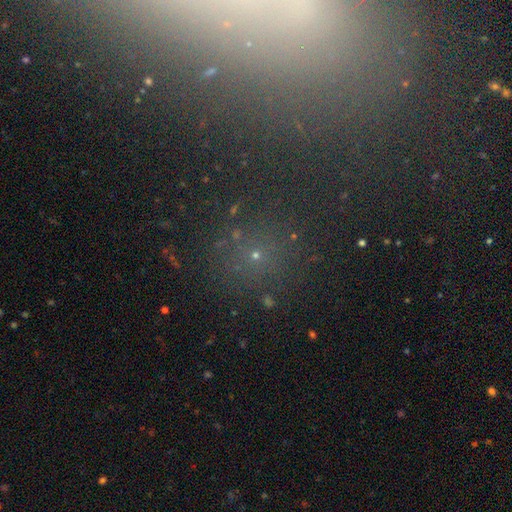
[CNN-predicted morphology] Q: Smooth or featured?
A: smooth (50%); runner-up: star or artifact (38%)
Q: Merging?
A: none (80%); runner-up: minor disturbance (10%)